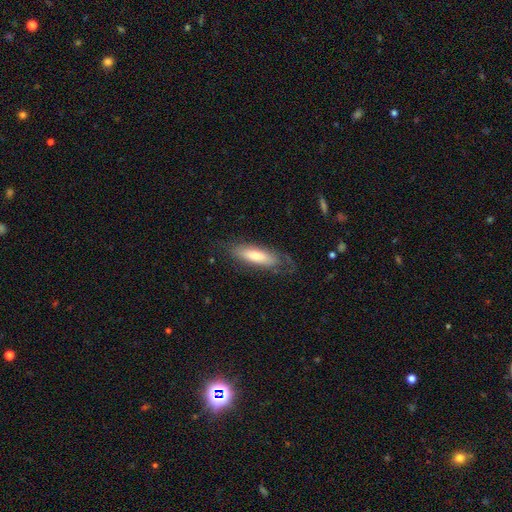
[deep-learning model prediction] Morphology: type=smooth (54%); roundness=cigar-shaped (55%); merging=none (67%).